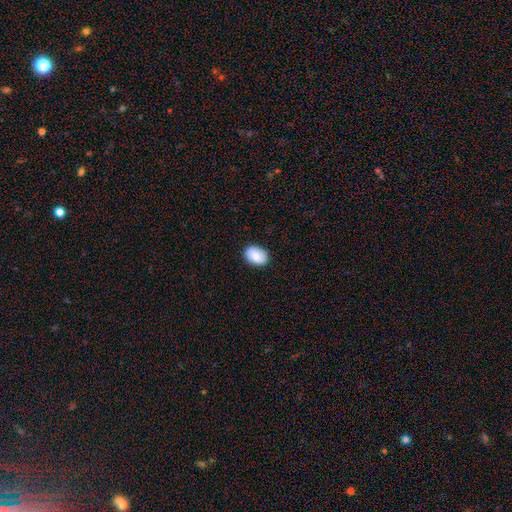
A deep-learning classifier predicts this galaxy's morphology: type=smooth (83%); roundness=in between (81%); merging=none (86%).